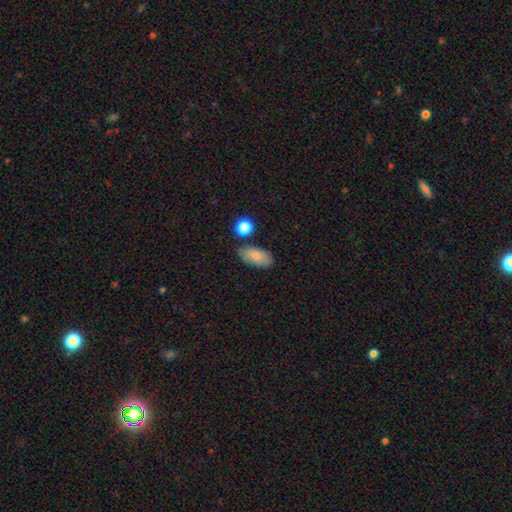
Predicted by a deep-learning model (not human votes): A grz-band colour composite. It shows a smooth galaxy with no disk features (83%) that is in between round and cigar-shaped (92%). Merging: none (73%).